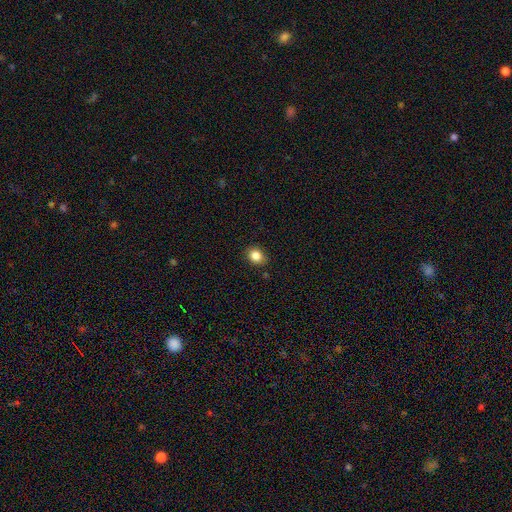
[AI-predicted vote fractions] smooth-or-featured: smooth: 85% | star or artifact: 10% | featured or disk: 5%
  how-rounded: round: 54% | in between: 45% | cigar-shaped: 1%
  merging: none: 85% | minor disturbance: 12% | major disturbance: 2% | merger: 1%